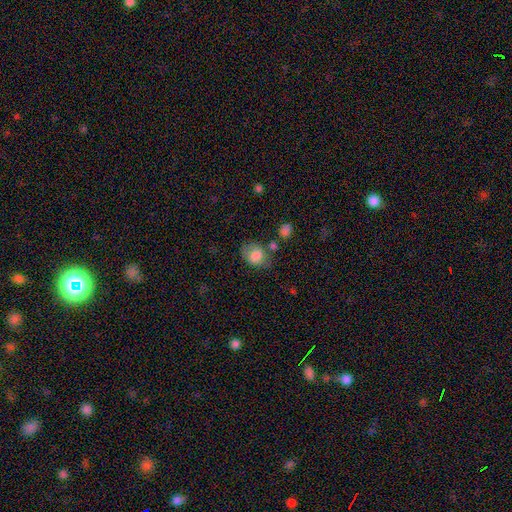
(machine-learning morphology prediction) type=smooth (77%); roundness=in between (56%); merging=none (54%).